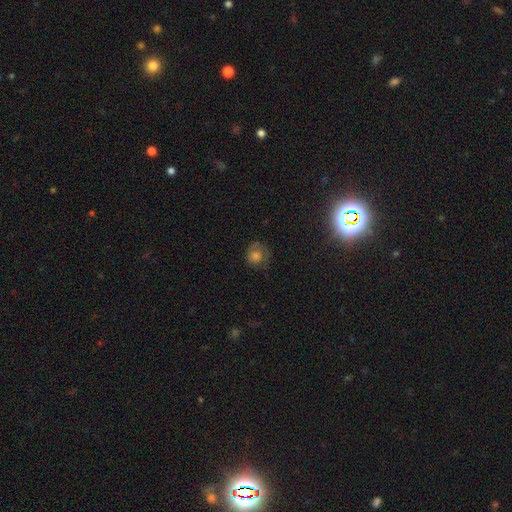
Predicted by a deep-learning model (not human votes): smooth 63%, featured or disk 22%, star or artifact 15%. Down the decision tree: how rounded — round (80%); merging — none (59%).